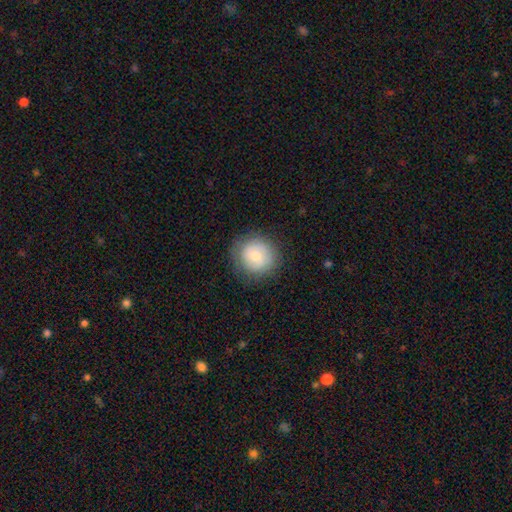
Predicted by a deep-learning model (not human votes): Morphology: type=smooth (58%); roundness=round (90%); merging=none (82%).